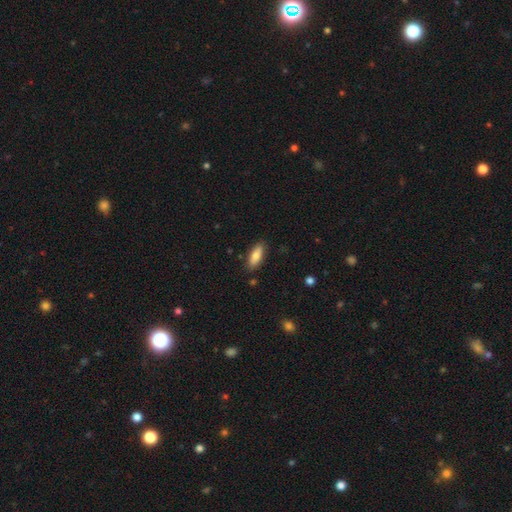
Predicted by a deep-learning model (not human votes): This is clearly a smooth galaxy (80%). How rounded: likely in between (69%). Merging: clearly none (85%).